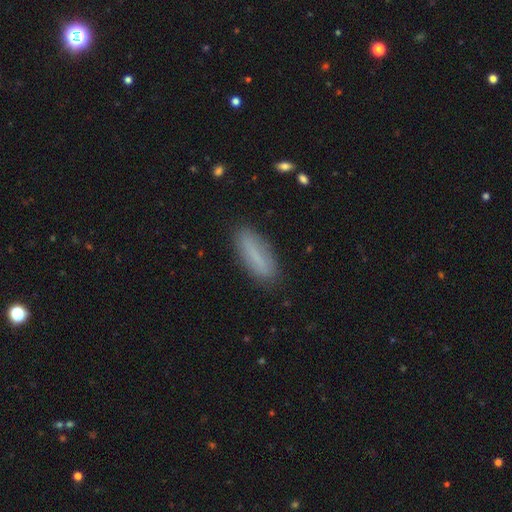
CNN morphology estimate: Overall: smooth (71%). How rounded: cigar-shaped (54%; in between 44%). Merging: none (84%).